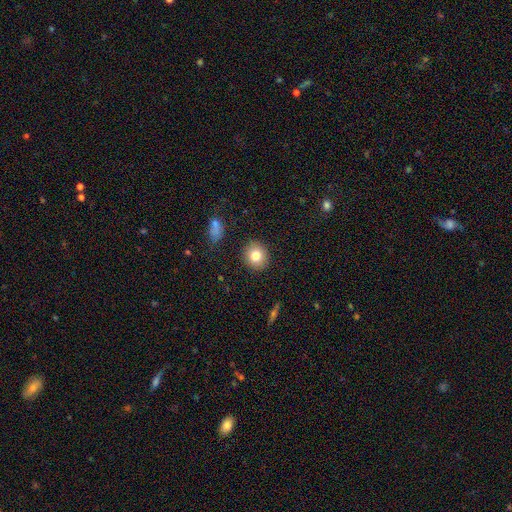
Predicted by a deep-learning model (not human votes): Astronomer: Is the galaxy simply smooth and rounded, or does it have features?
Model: smooth — 80%.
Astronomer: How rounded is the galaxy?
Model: round — 83%.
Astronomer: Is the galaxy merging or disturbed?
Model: none — 90%.